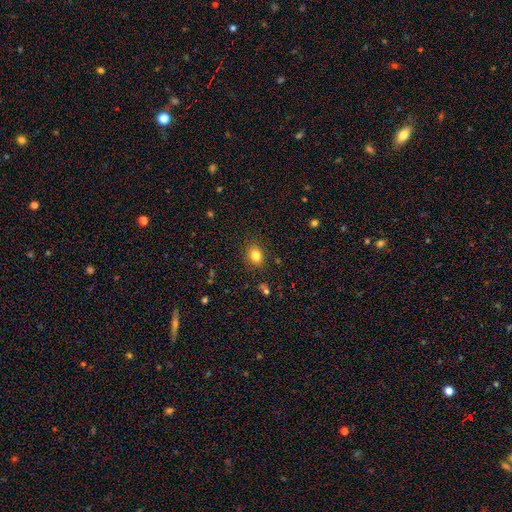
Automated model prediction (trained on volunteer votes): A smooth galaxy with no disk features (82%) that is in between round and cigar-shaped (62%).

Vote fractions:
- Smooth or featured? smooth: 82% / star or artifact: 11% / featured or disk: 7%
- How rounded? in between: 62% / round: 37% / cigar-shaped: 1%
- Merging? none: 86% / minor disturbance: 10% / major disturbance: 3% / merger: 1%